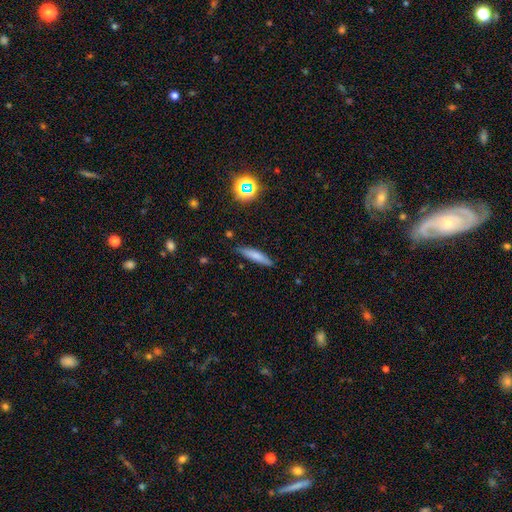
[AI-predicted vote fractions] A smooth galaxy with no disk features (72%) that is cigar-shaped (82%). Merging: none (83%).